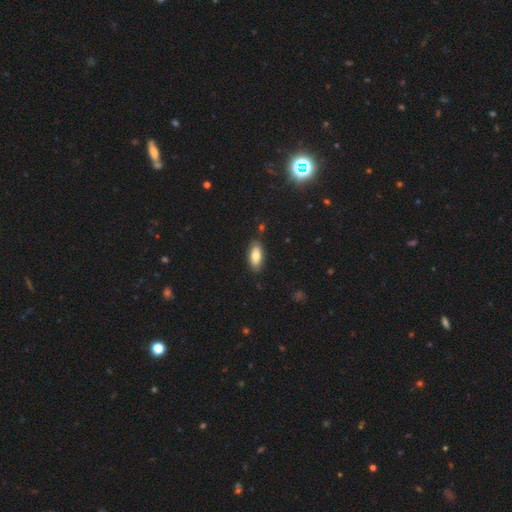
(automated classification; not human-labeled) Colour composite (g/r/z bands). It shows a smooth galaxy with no disk features (78%) that is in between round and cigar-shaped (86%). Merging: none (85%).